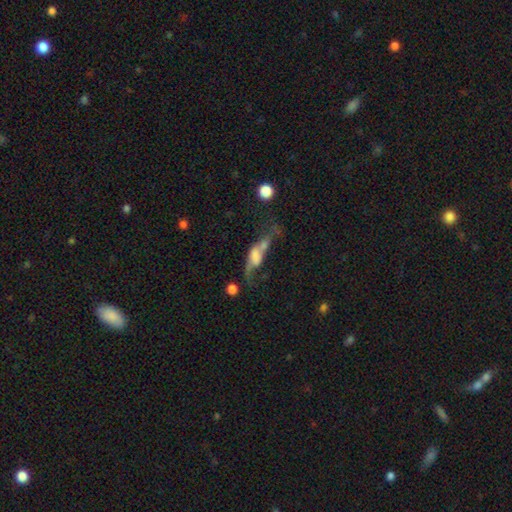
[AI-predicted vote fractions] smooth-or-featured: featured or disk: 52% | smooth: 37% | star or artifact: 11%
  disk-edge-on: no: 77% | yes: 23%
  merging: major disturbance: 36% | merger: 30% | none: 20% | minor disturbance: 14%